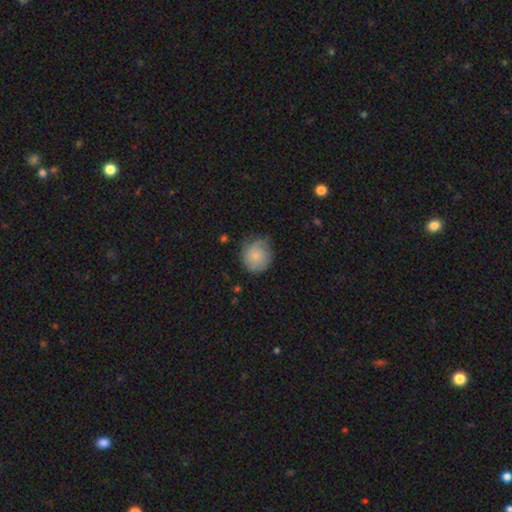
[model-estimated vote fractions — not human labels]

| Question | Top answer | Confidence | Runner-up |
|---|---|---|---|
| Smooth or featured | smooth | 59% | featured or disk (34%) |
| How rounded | round | 82% | in between (17%) |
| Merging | none | 60% | minor disturbance (28%) |